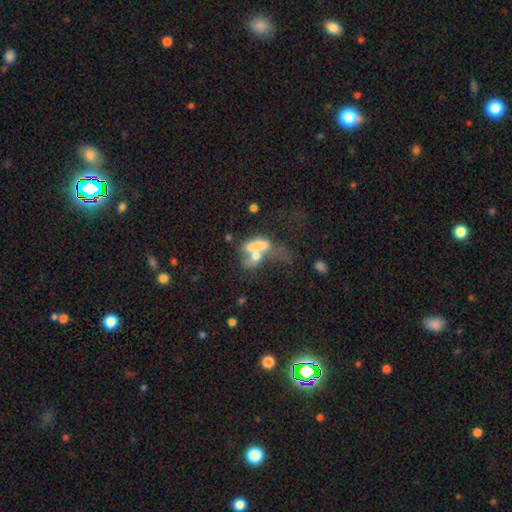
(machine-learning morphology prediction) Smooth or featured: smooth — 56% (featured or disk — 33%)
How rounded: in between — 68% (cigar-shaped — 19%)
Merging: merger — 63% (major disturbance — 17%)